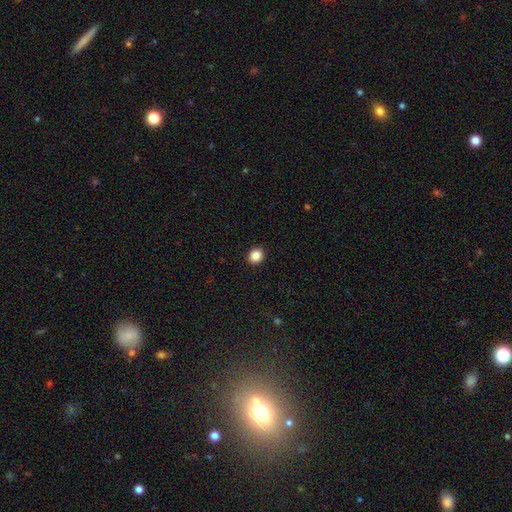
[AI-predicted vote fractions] Smooth or featured? Predicted: smooth (p=0.88). How rounded? Predicted: round (p=0.71). Merging? Predicted: none (p=0.92).